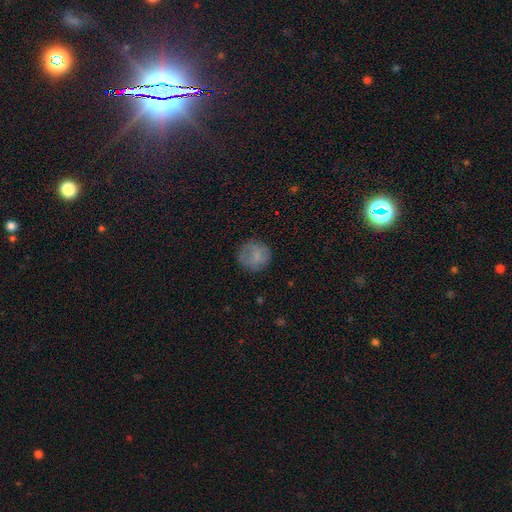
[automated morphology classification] Smooth or featured? smooth (75%)
How rounded? round (88%)
Merging? none (76%)